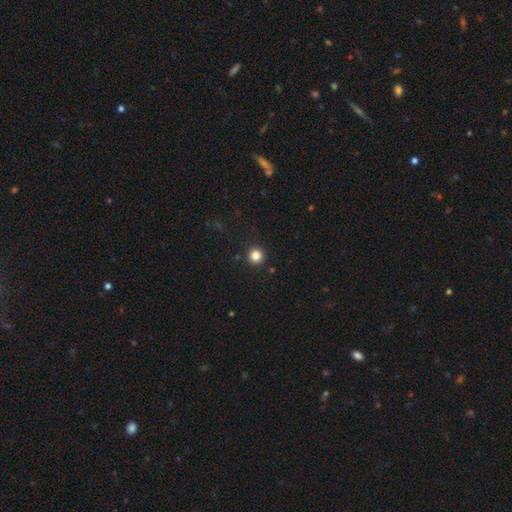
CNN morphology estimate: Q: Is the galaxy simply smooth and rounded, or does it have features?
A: smooth — 84%.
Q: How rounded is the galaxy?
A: round — 95%.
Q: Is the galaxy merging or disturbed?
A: none — 92%.